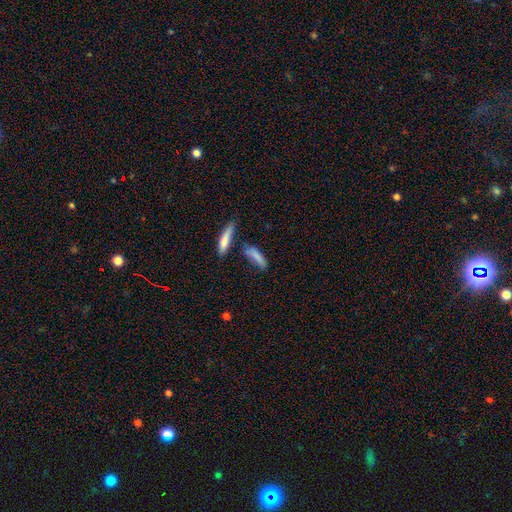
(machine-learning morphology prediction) smooth-or-featured: smooth: 77% | featured or disk: 15% | star or artifact: 8%
  how-rounded: cigar-shaped: 66% | in between: 32% | round: 2%
  merging: none: 49% | merger: 22% | minor disturbance: 21% | major disturbance: 9%